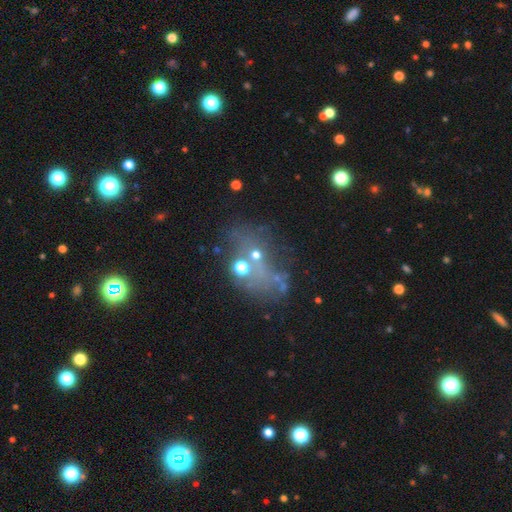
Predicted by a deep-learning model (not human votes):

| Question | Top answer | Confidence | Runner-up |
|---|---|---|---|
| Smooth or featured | star or artifact | 35% | smooth (34%) |